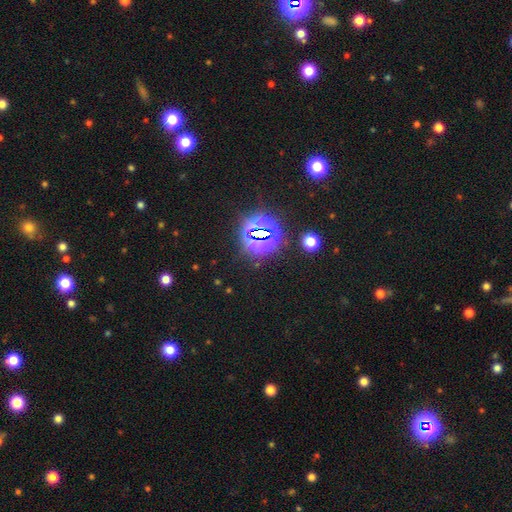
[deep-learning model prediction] Morphology: type=star or artifact (76%).